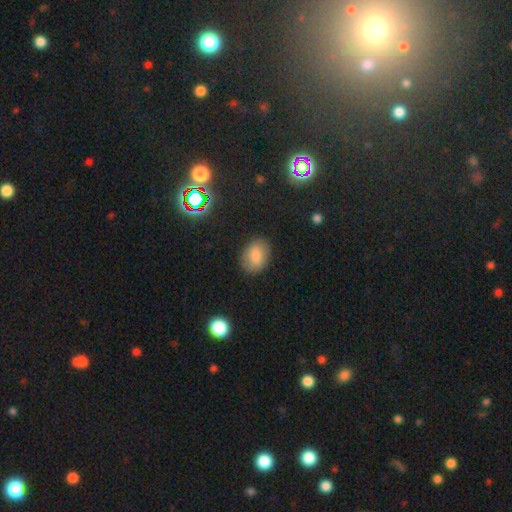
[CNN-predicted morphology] Smooth or featured? Predicted: smooth (p=0.82). How rounded? Predicted: in between (p=0.69). Merging? Predicted: none (p=0.84).